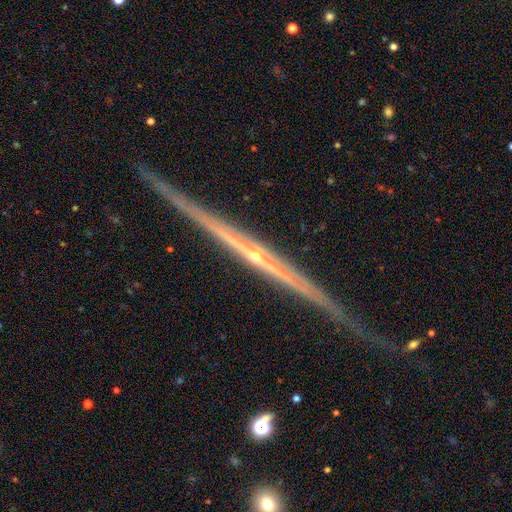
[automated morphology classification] This appears to be a featured or disk galaxy (87%) viewed edge-on (98%) with a rounded central bulge (50%). Merging: none (83%).